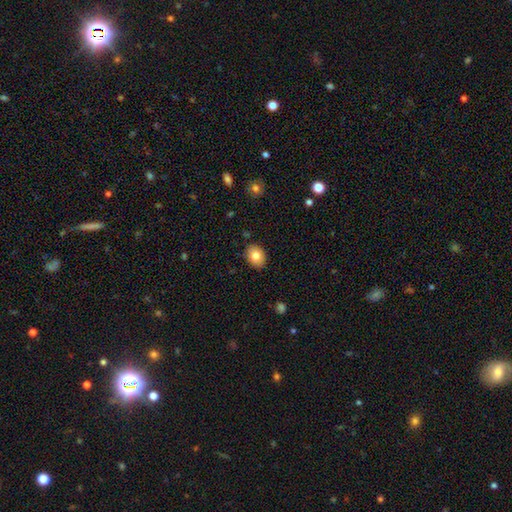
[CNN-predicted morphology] This appears to be a smooth galaxy with no disk features (81%) that is in between round and cigar-shaped (61%). Merging: none (88%).